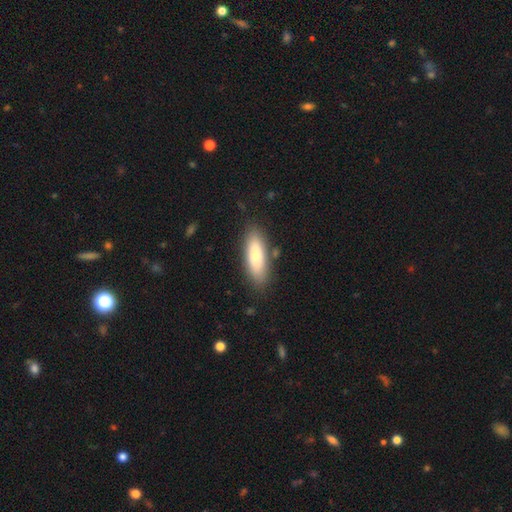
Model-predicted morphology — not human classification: smooth_or_featured: smooth (p=0.78) [alt: featured or disk p=0.16]
how_rounded: in between (p=0.56) [alt: cigar-shaped p=0.42]
merging: none (p=0.82) [alt: minor disturbance p=0.12]